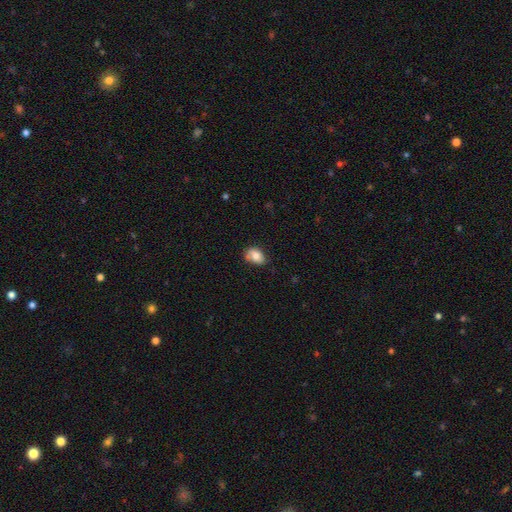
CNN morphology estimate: This is likely a smooth galaxy (74%). How rounded: likely in between (79%). Merging: possibly none (60%).